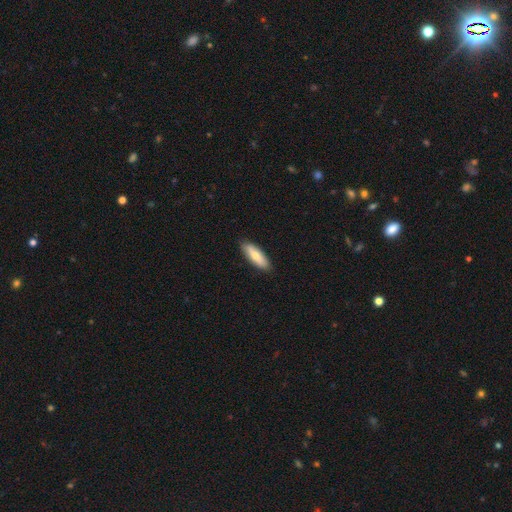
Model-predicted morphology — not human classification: A smooth galaxy with no disk features (69%) that is in between round and cigar-shaped (55%). Merging: none (88%).